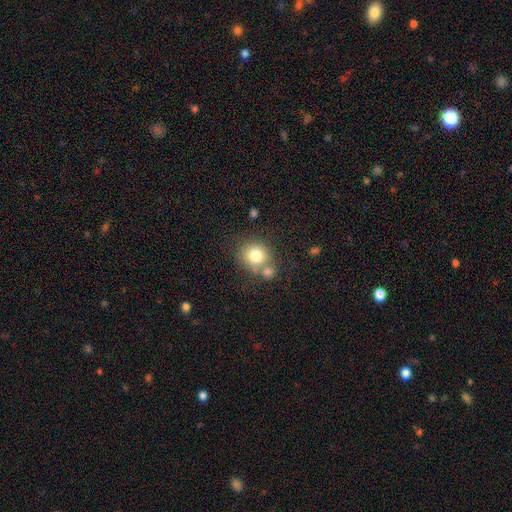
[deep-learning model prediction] Morphology: type=smooth (78%); roundness=round (83%); merging=none (55%).